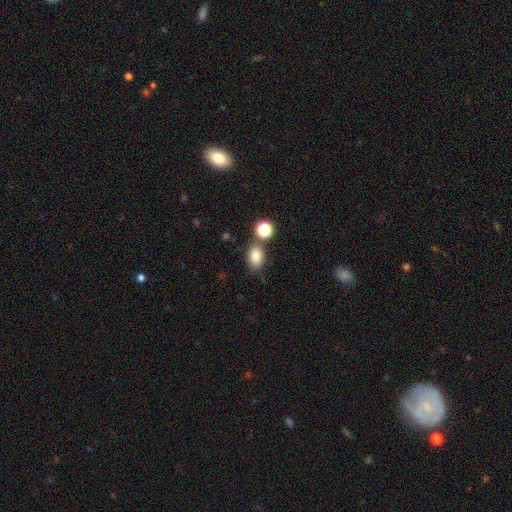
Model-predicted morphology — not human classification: Smooth or featured?
  - smooth: 83% *
  - star or artifact: 11%
  - featured or disk: 6%
How rounded?
  - in between: 71% *
  - round: 27%
  - cigar-shaped: 1%
Merging?
  - none: 67% *
  - merger: 15%
  - minor disturbance: 14%
  - major disturbance: 4%